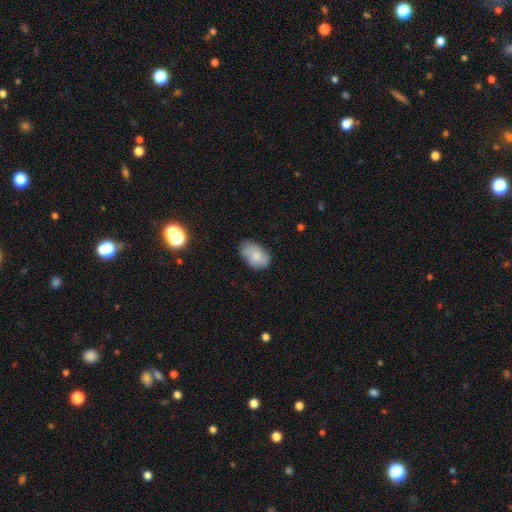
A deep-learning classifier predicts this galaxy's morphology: A smooth galaxy with no disk features (77%) that is in between round and cigar-shaped (90%).

Vote fractions:
- Smooth or featured? smooth: 77% / featured or disk: 16% / star or artifact: 8%
- How rounded? in between: 90% / round: 9% / cigar-shaped: 1%
- Merging? none: 62% / minor disturbance: 29% / major disturbance: 7% / merger: 3%